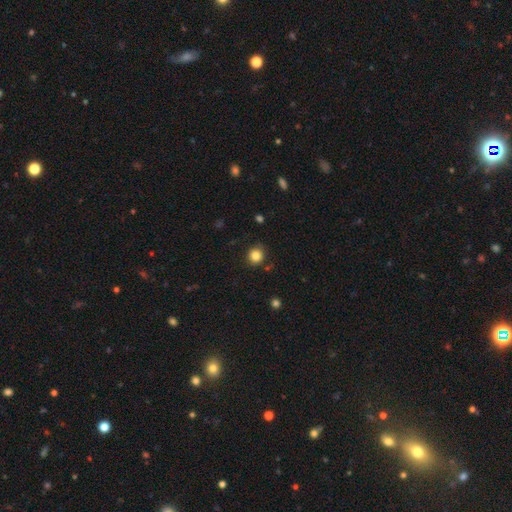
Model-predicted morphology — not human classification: The model was most divided on "smooth or featured": smooth: 83%, star or artifact: 11%, featured or disk: 5%. More confident: how rounded — round (89%); merging — none (86%).